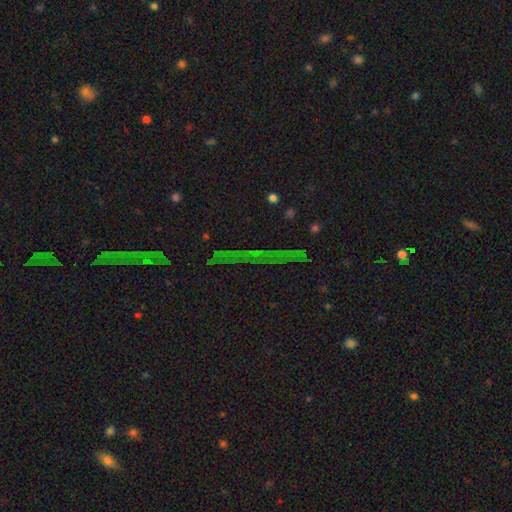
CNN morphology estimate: smooth-or-featured: star or artifact: 70% | featured or disk: 17% | smooth: 13%